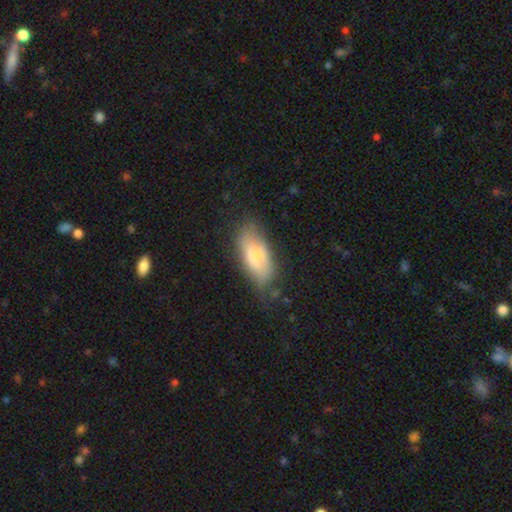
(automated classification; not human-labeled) Q: Smooth or featured?
A: smooth (70%); runner-up: featured or disk (23%)
Q: How rounded?
A: in between (85%); runner-up: cigar-shaped (12%)
Q: Merging?
A: none (65%); runner-up: minor disturbance (26%)